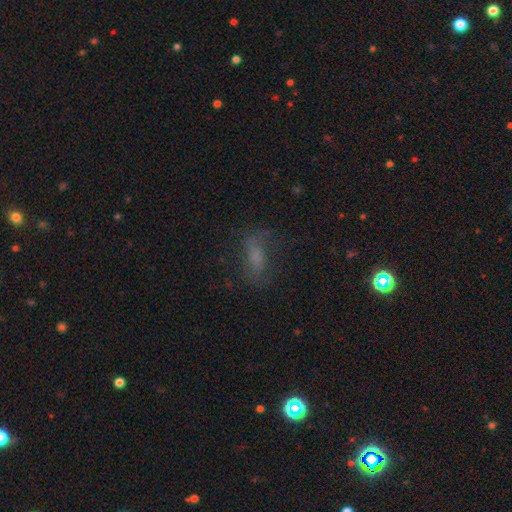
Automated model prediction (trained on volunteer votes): Smooth or featured? smooth (49%)
Merging? none (60%)